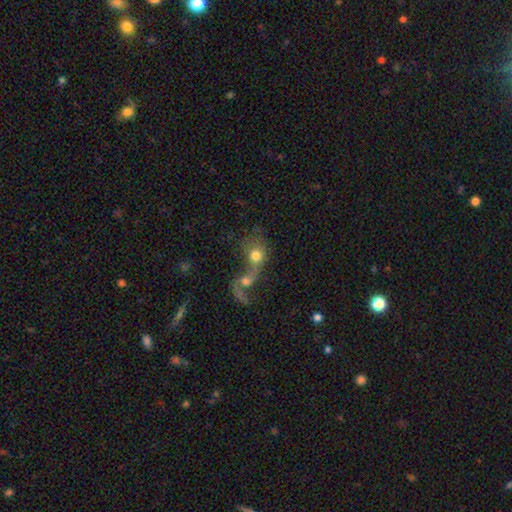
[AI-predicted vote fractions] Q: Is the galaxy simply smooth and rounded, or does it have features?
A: smooth — 63%.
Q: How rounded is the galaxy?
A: round — 65%.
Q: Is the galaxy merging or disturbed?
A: merger — 76%.